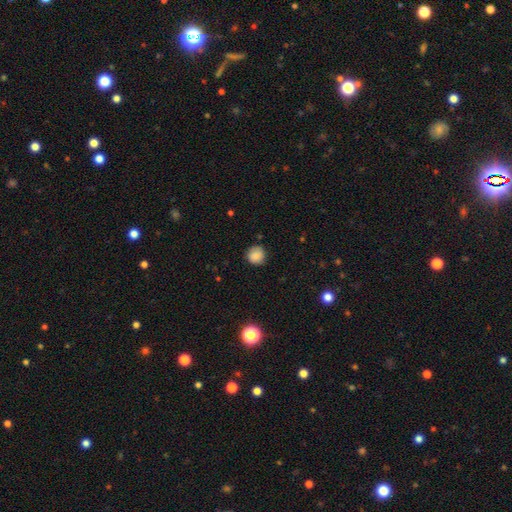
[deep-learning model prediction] Smooth or featured? Predicted: smooth (p=0.85). How rounded? Predicted: round (p=0.92). Merging? Predicted: none (p=0.84).